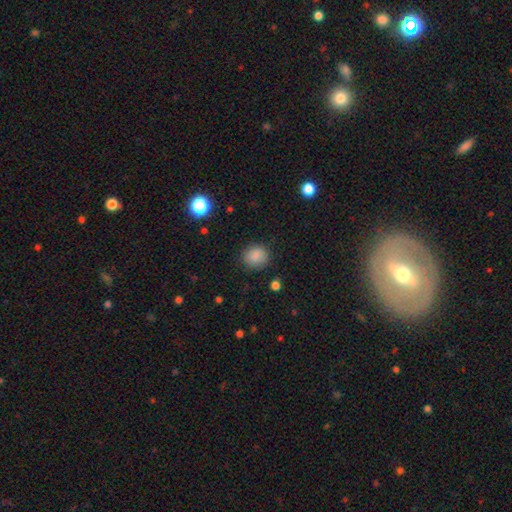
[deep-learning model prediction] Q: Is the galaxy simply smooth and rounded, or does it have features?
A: smooth — 86%.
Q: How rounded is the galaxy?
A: round — 77%.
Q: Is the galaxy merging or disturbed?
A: none — 86%.